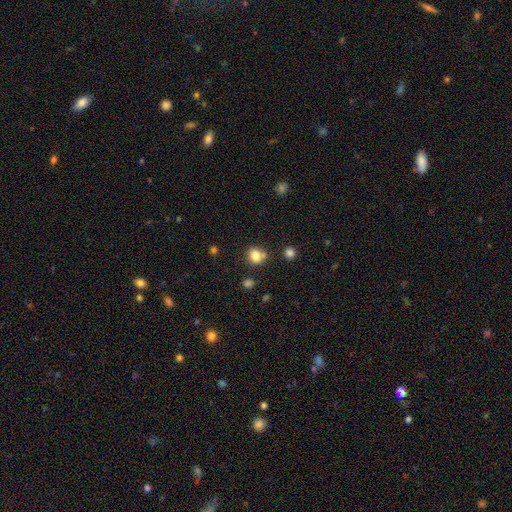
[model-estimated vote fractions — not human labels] Smooth or featured?
  - smooth: 82% *
  - star or artifact: 12%
  - featured or disk: 7%
How rounded?
  - round: 74% *
  - in between: 25%
  - cigar-shaped: 1%
Merging?
  - none: 67% *
  - merger: 15%
  - minor disturbance: 14%
  - major disturbance: 4%